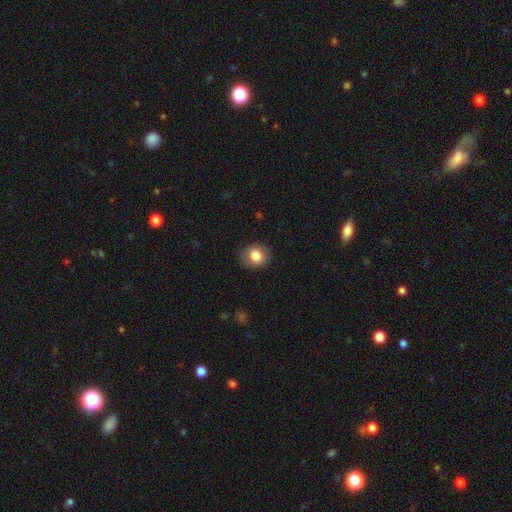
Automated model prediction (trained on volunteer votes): smooth-or-featured: smooth: 82% | featured or disk: 9% | star or artifact: 8%
  how-rounded: round: 69% | in between: 30% | cigar-shaped: 1%
  merging: none: 85% | minor disturbance: 11% | major disturbance: 3% | merger: 1%